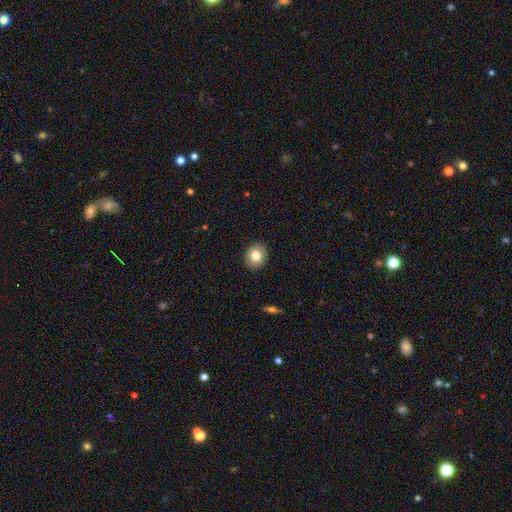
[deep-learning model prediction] A smooth galaxy with no disk features (80%) that is round (73%). Merging: none (91%).